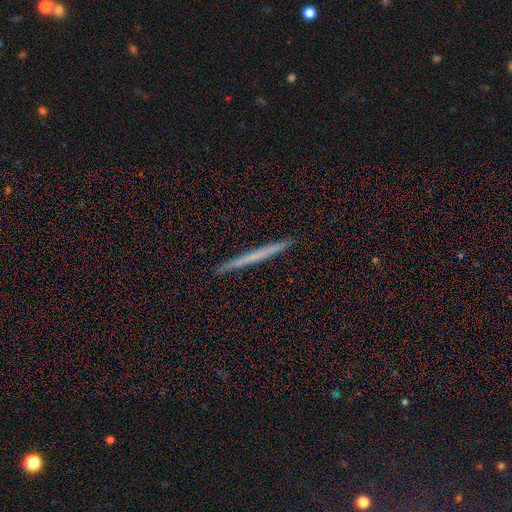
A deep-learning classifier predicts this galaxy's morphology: This appears to be a smooth galaxy with no disk features (51%) that is cigar-shaped (97%). Merging: none (92%).